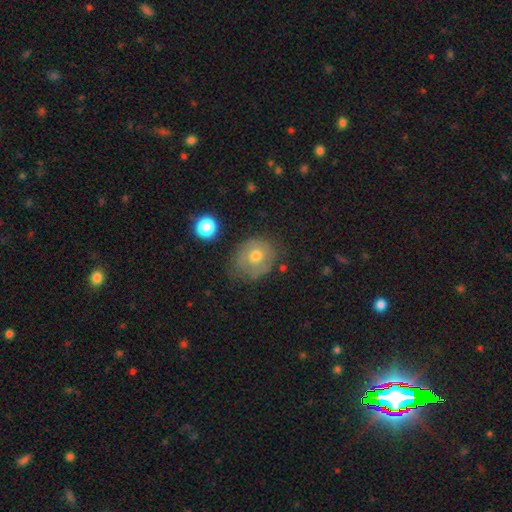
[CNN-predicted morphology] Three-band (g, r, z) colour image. It shows a smooth galaxy with no disk features (59%) that is round (65%). Merging: none (59%).